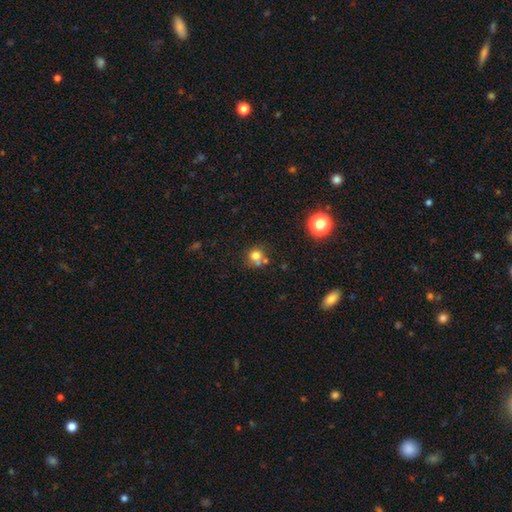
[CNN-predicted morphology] smooth_or_featured: smooth (p=0.75) [alt: star or artifact p=0.15]
how_rounded: round (p=0.88) [alt: in between p=0.11]
merging: none (p=0.57) [alt: merger p=0.28]